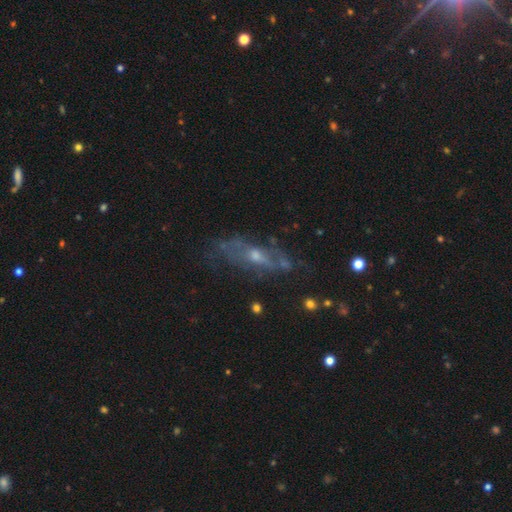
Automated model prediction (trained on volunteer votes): The model was most divided on "edge-on disk": no: 69%, yes: 31%. More confident: merging — none (60%); smooth or featured — featured or disk (60%).